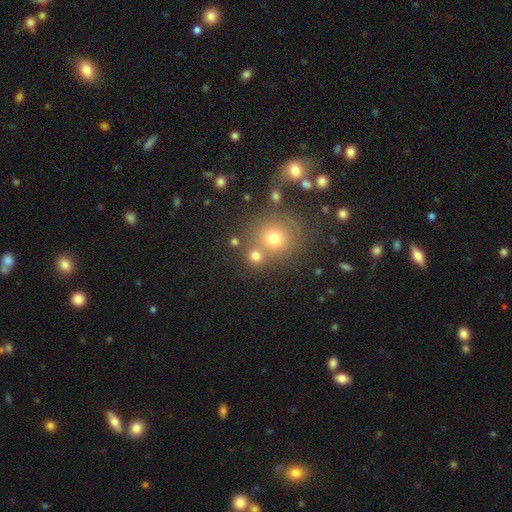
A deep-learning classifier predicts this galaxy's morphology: A smooth galaxy with no disk features (73%) that is round (87%).

Vote fractions:
- Smooth or featured? smooth: 73% / star or artifact: 17% / featured or disk: 10%
- How rounded? round: 87% / in between: 12% / cigar-shaped: 1%
- Merging? none: 63% / merger: 25% / minor disturbance: 8% / major disturbance: 4%